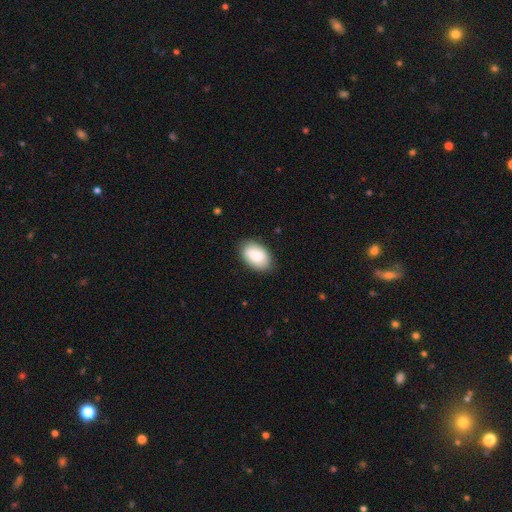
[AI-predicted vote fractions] A smooth galaxy with no disk features (82%) that is in between round and cigar-shaped (92%).

Vote fractions:
- Smooth or featured? smooth: 82% / featured or disk: 12% / star or artifact: 6%
- How rounded? in between: 92% / round: 7% / cigar-shaped: 1%
- Merging? none: 82% / minor disturbance: 14% / major disturbance: 3% / merger: 1%